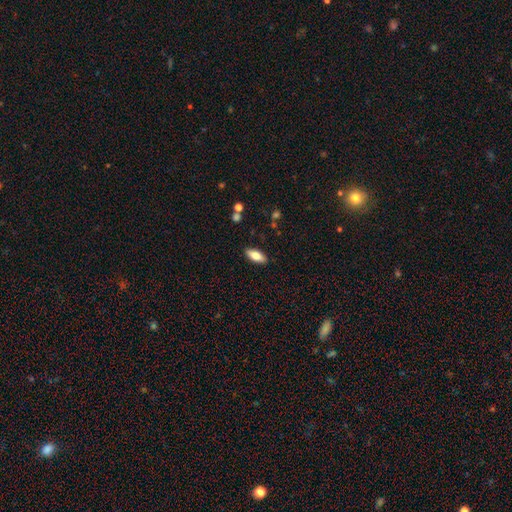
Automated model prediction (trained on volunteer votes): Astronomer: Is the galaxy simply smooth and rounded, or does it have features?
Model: smooth — 76%.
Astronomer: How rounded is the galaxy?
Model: in between — 80%.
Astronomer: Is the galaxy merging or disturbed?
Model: none — 88%.